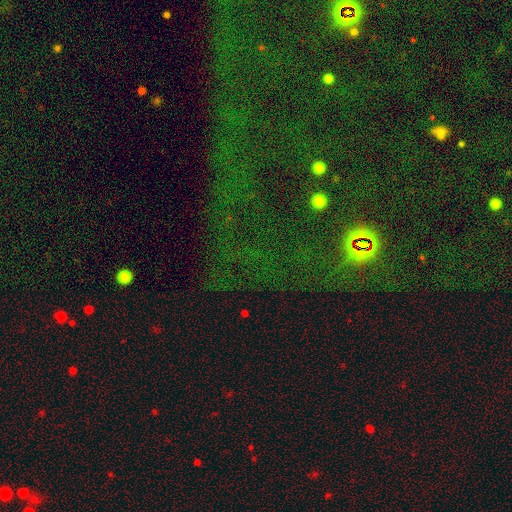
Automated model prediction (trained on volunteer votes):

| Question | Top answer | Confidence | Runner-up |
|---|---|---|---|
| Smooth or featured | star or artifact | 77% | smooth (12%) |